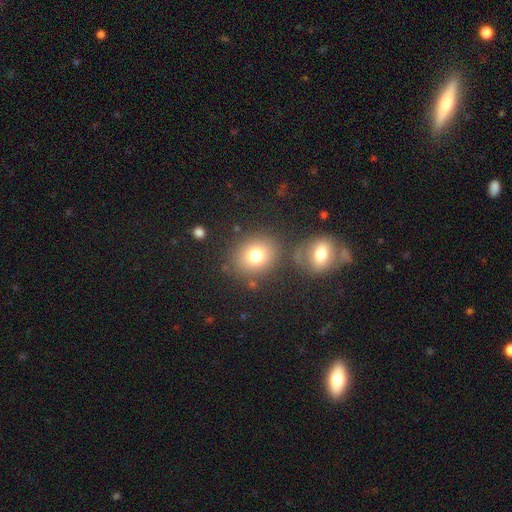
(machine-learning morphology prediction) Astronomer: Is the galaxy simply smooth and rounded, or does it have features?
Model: smooth — 77%.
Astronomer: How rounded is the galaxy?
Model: round — 69%.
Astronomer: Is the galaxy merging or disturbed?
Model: none — 74%.